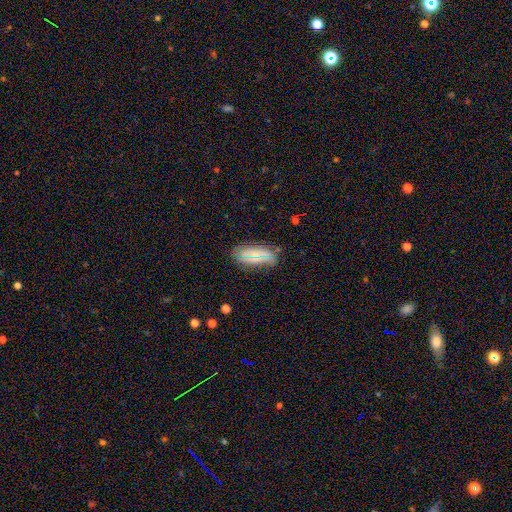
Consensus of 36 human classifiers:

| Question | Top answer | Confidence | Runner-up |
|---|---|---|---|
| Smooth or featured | smooth | 69% | featured or disk (25%) |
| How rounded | in between | 100% | — |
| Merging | none | 71% | minor disturbance (21%) |